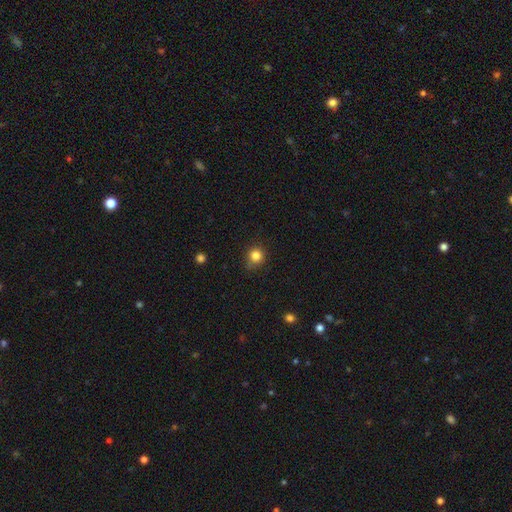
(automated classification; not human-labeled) A smooth galaxy with no disk features (83%) that is round (90%). Merging: none (79%).